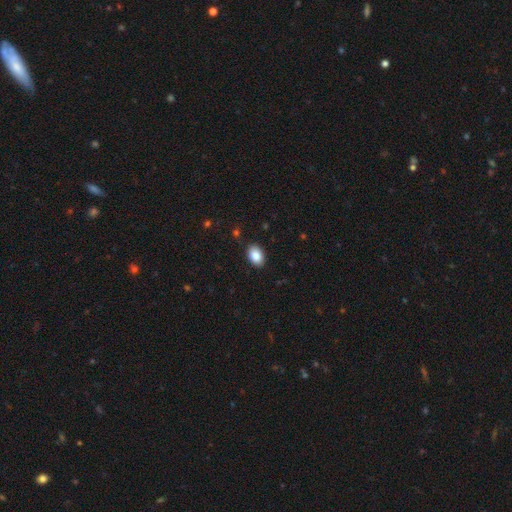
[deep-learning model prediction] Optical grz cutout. It shows a smooth galaxy with no disk features (87%) that is in between round and cigar-shaped (86%). Merging: none (88%).